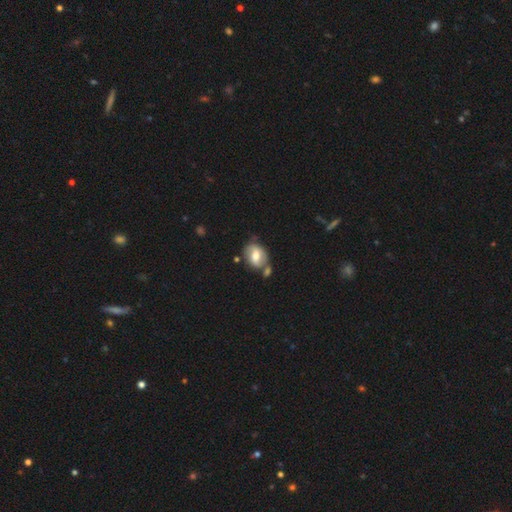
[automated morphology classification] Smooth or featured? smooth (54%)
How rounded? in between (70%)
Merging? none (52%)